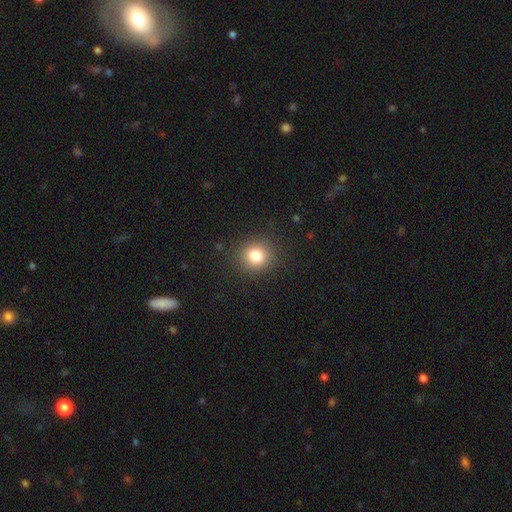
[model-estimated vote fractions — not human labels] Morphology: type=smooth (81%); roundness=round (85%); merging=none (89%).